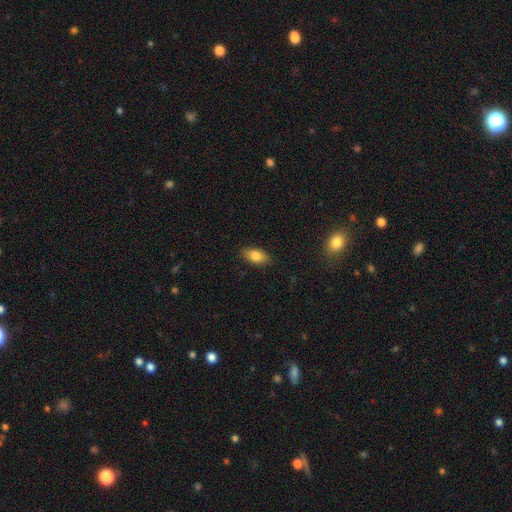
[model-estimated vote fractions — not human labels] This is clearly a smooth galaxy (81%). How rounded: clearly in between (89%). Merging: clearly none (87%).